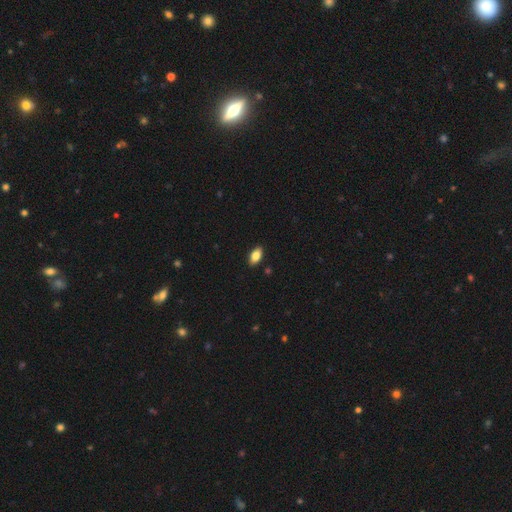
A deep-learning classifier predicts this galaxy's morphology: This is clearly a smooth galaxy (83%). How rounded: clearly in between (92%). Merging: clearly none (89%).